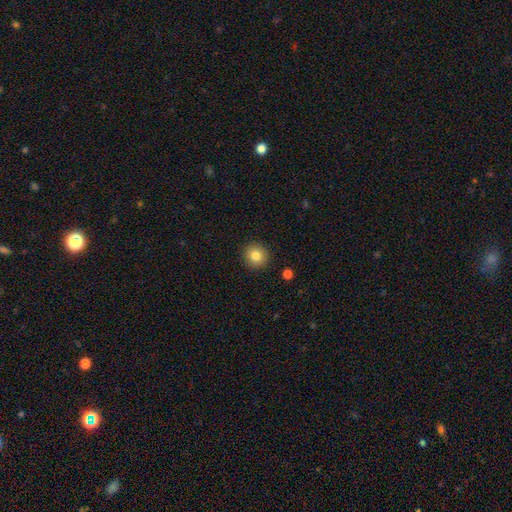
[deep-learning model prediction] Smooth or featured: smooth — 83% (star or artifact — 10%)
How rounded: round — 93% (in between — 6%)
Merging: none — 92% (minor disturbance — 5%)